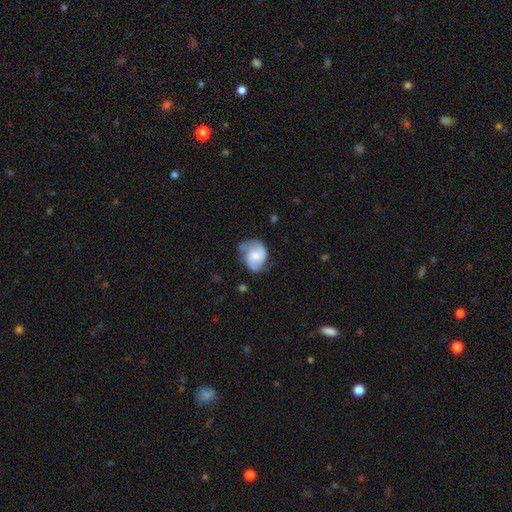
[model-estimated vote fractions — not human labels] Overall: featured or disk (62%; smooth 31%). Edge-on disk: no (98%). Bar: no (59%; weak 34%). Spiral arms: yes (91%). Spiral arm count: 2 (78%). Spiral winding: medium (46%; loose 31%). Bulge size: moderate (39%; small 33%). Merging: none (54%; minor disturbance 30%).